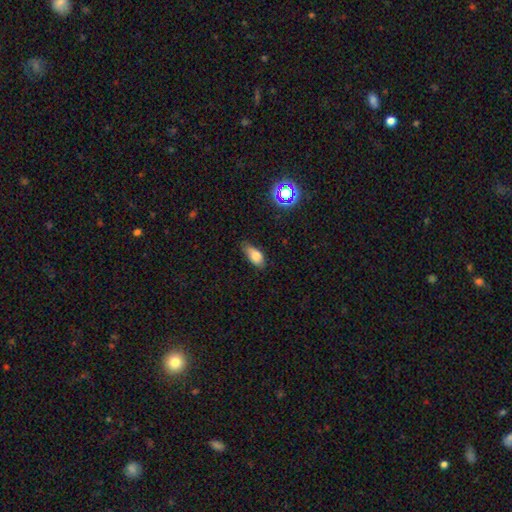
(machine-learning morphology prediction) smooth_or_featured: smooth (p=0.78) [alt: featured or disk p=0.12]
how_rounded: in between (p=0.86) [alt: cigar-shaped p=0.09]
merging: none (p=0.59) [alt: minor disturbance p=0.33]